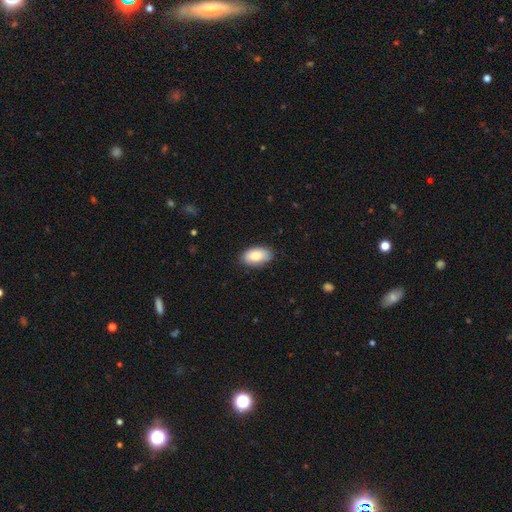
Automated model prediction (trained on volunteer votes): Morphology: type=smooth (85%); roundness=in between (94%); merging=none (85%).